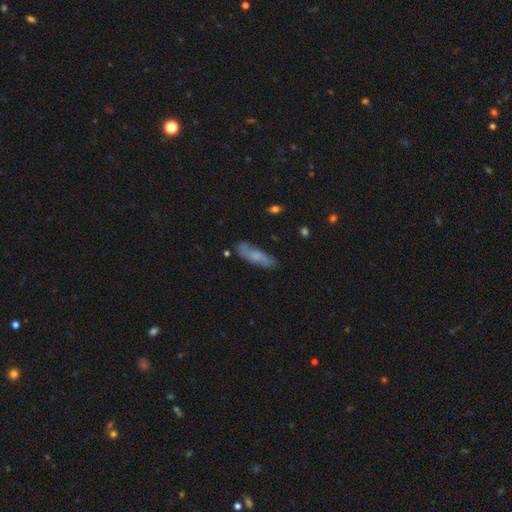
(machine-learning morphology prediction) smooth_or_featured: smooth (p=0.58) [alt: featured or disk p=0.35]
how_rounded: cigar-shaped (p=0.58) [alt: in between p=0.40]
merging: none (p=0.75) [alt: minor disturbance p=0.18]